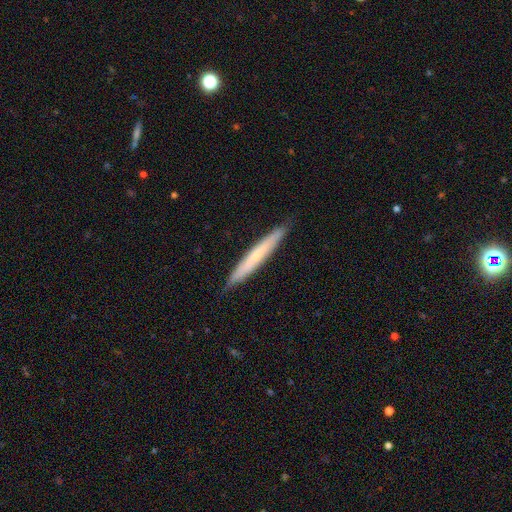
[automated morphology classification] A smooth galaxy with no disk features (56%) that is cigar-shaped (96%). Merging: none (89%).